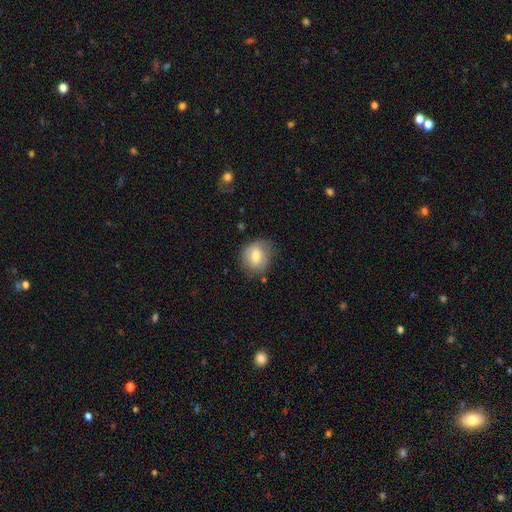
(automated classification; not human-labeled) smooth-or-featured: smooth: 70% | featured or disk: 22% | star or artifact: 8%
  how-rounded: round: 66% | in between: 33% | cigar-shaped: 1%
  merging: none: 68% | minor disturbance: 23% | major disturbance: 7% | merger: 2%